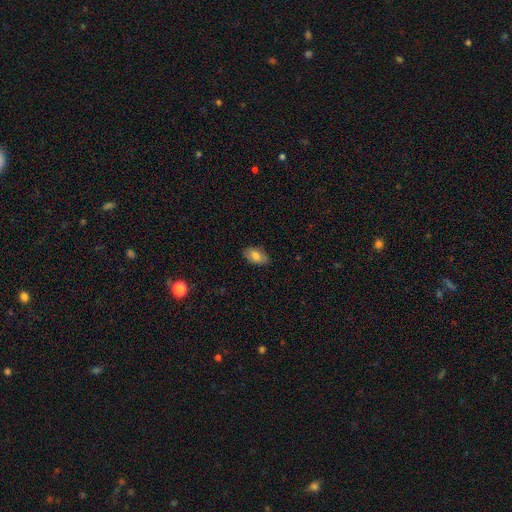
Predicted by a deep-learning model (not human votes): Morphology: type=smooth (78%); roundness=in between (93%); merging=none (83%).